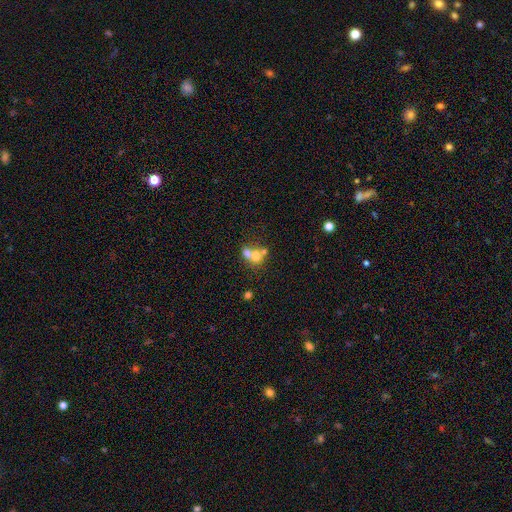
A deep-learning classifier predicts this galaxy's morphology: Q: Smooth or featured?
A: smooth (63%); runner-up: featured or disk (24%)
Q: How rounded?
A: round (69%); runner-up: in between (30%)
Q: Merging?
A: merger (64%); runner-up: none (26%)